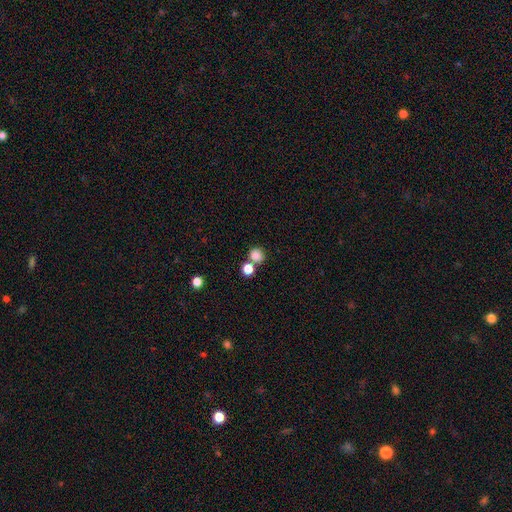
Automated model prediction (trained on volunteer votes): smooth_or_featured: smooth (p=0.83) [alt: star or artifact p=0.12]
how_rounded: round (p=0.84) [alt: in between p=0.15]
merging: none (p=0.59) [alt: merger p=0.29]